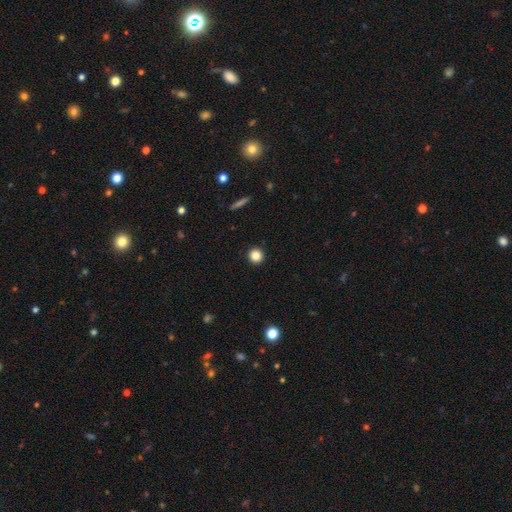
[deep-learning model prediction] This appears to be a smooth galaxy with no disk features (85%) that is round (94%). Merging: none (93%).